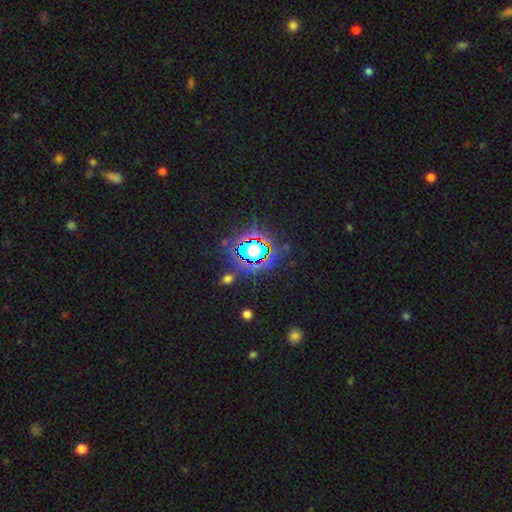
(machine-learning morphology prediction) This appears to be a star or artifact, not a galaxy (81%).